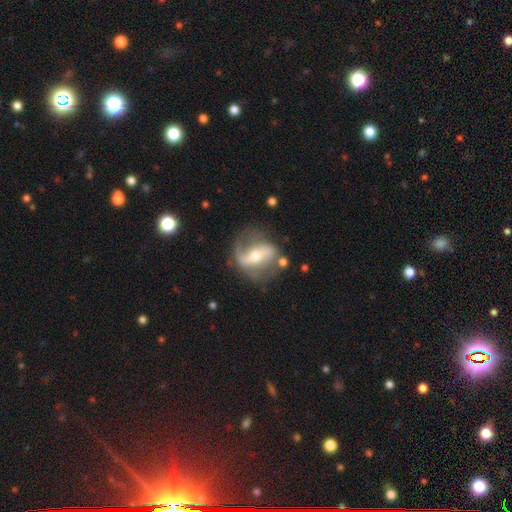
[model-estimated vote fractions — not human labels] Smooth or featured: featured or disk — 82% (smooth — 12%)
Edge-on disk: no — 93% (yes — 7%)
Bar: strong — 54% (weak — 29%)
Spiral arms: yes — 86% (no — 14%)
Spiral winding: loose — 58% (medium — 31%)
Spiral arm count: 2 — 80% (1 — 11%)
Bulge size: moderate — 57% (small — 37%)
Merging: none — 64% (minor disturbance — 18%)